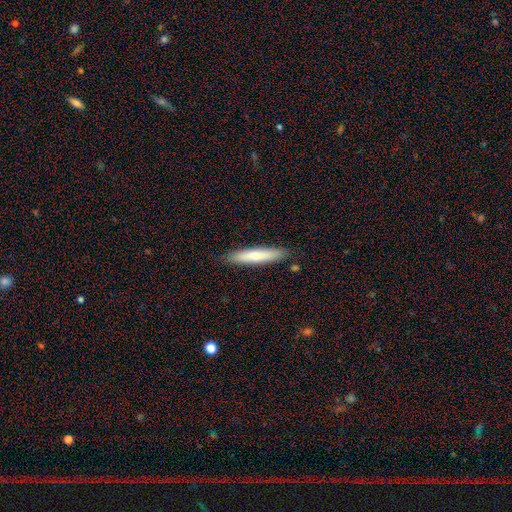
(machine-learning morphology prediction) This appears to be a smooth galaxy with no disk features (70%) that is cigar-shaped (87%). Merging: none (87%).